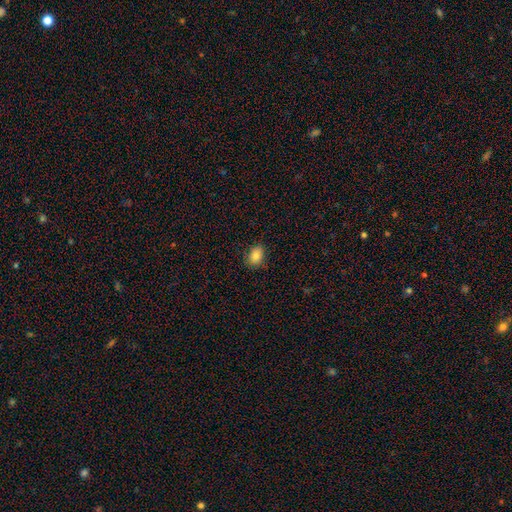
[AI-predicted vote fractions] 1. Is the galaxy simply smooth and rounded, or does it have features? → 85% smooth, 9% star or artifact, 6% featured or disk.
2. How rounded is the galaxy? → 79% in between, 20% round, 1% cigar-shaped.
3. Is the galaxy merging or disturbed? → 83% none, 13% minor disturbance, 3% major disturbance, 1% merger.